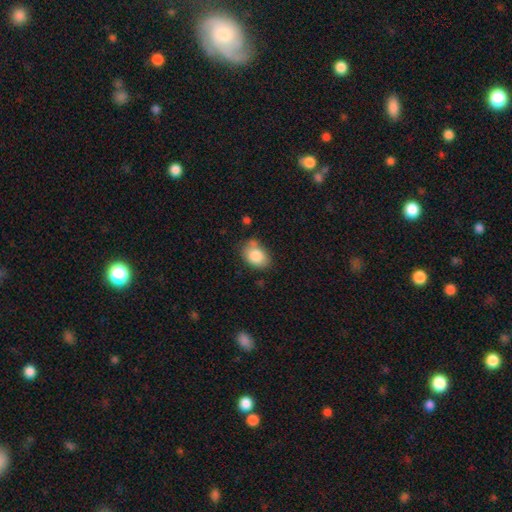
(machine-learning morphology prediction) smooth-or-featured: smooth: 84% | featured or disk: 9% | star or artifact: 8%
  how-rounded: in between: 74% | round: 25% | cigar-shaped: 1%
  merging: none: 59% | minor disturbance: 27% | merger: 8% | major disturbance: 6%